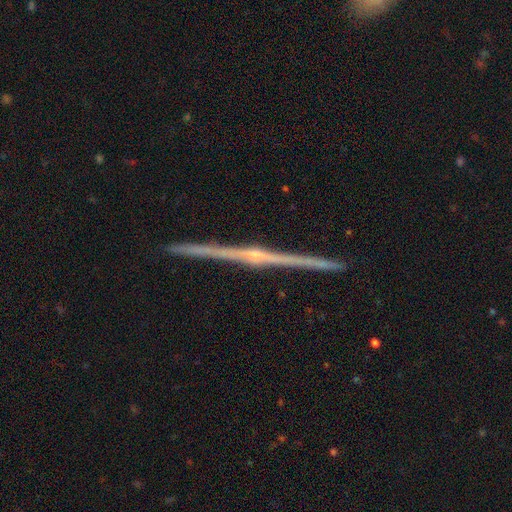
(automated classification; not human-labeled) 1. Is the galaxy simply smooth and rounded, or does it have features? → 89% featured or disk, 6% smooth, 5% star or artifact.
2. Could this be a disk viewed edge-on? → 99% yes, 1% no.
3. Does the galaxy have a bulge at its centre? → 76% rounded, 16% none, 8% boxy.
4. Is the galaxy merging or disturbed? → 93% none, 4% minor disturbance, 1% merger, 1% major disturbance.